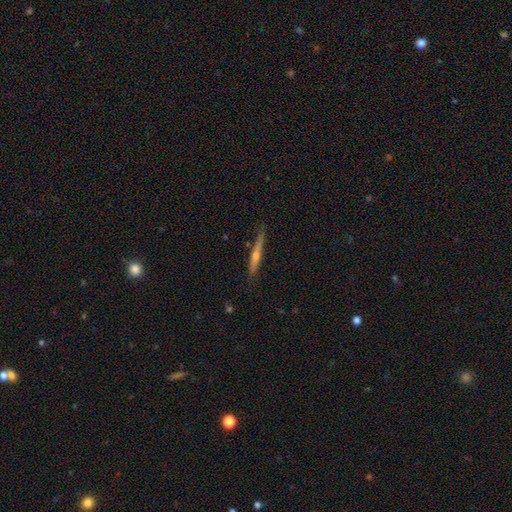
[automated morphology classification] Overall: featured or disk (66%). Edge-on disk: yes (97%). Edge-on bulge: rounded (72%). Merging: none (85%).